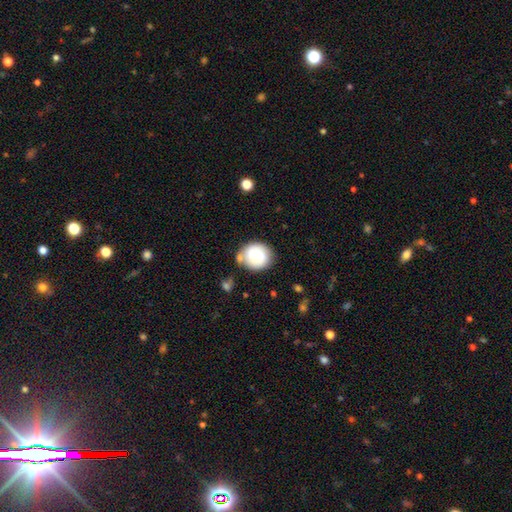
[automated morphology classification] smooth_or_featured: smooth (p=0.62) [alt: featured or disk p=0.31]
how_rounded: round (p=0.75) [alt: in between p=0.24]
merging: none (p=0.66) [alt: minor disturbance p=0.19]